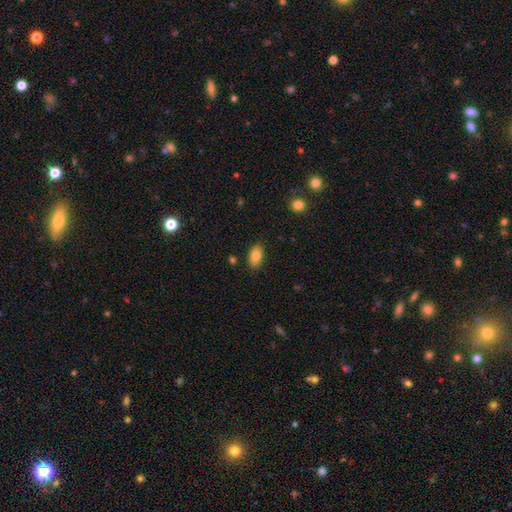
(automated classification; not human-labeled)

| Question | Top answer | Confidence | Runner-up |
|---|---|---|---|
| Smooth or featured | smooth | 81% | featured or disk (11%) |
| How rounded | in between | 91% | round (5%) |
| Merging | none | 86% | minor disturbance (10%) |